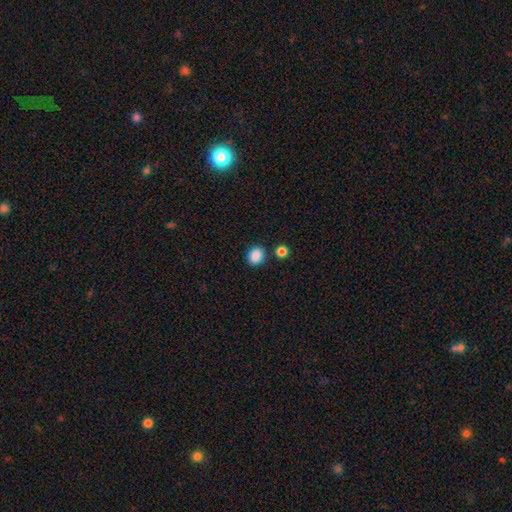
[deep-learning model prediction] A smooth galaxy with no disk features (87%) that is round (59%). Merging: none (82%).